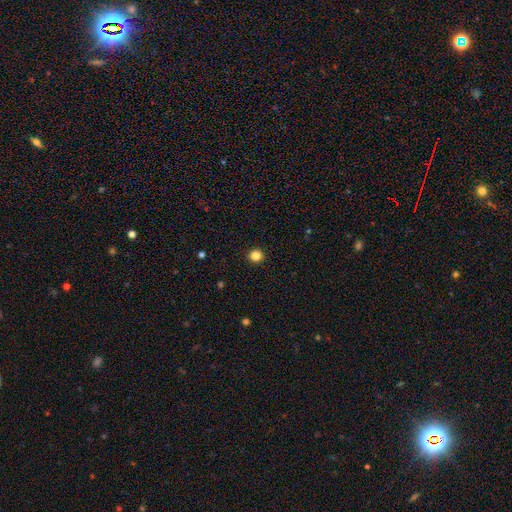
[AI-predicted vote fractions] Q: Smooth or featured?
A: smooth (84%); runner-up: star or artifact (12%)
Q: How rounded?
A: round (93%); runner-up: in between (6%)
Q: Merging?
A: none (93%); runner-up: minor disturbance (4%)